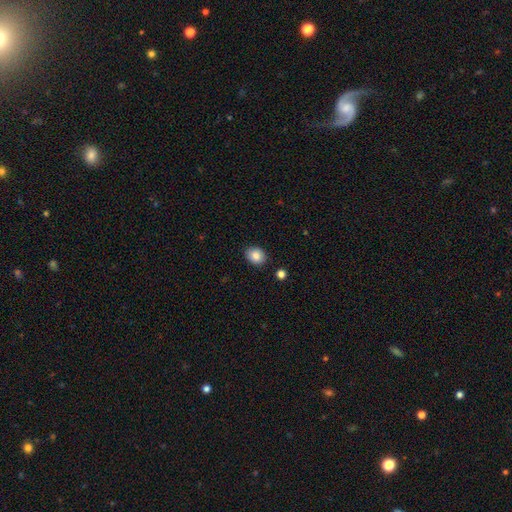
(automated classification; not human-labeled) smooth-or-featured: smooth: 86% | star or artifact: 8% | featured or disk: 6%
  how-rounded: round: 50% | in between: 49% | cigar-shaped: 1%
  merging: none: 87% | minor disturbance: 9% | major disturbance: 2% | merger: 2%